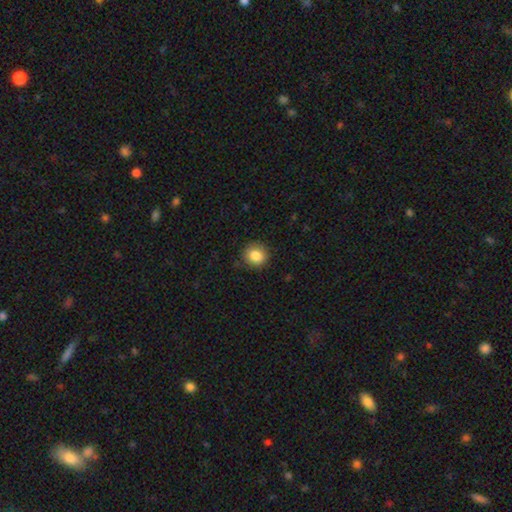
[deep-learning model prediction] This is clearly a smooth galaxy (85%). How rounded: clearly round (82%). Merging: clearly none (86%).